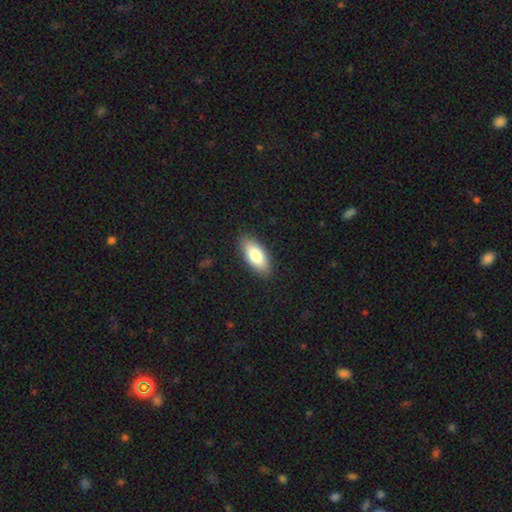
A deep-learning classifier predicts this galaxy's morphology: Smooth or featured? Predicted: smooth (p=0.81). How rounded? Predicted: in between (p=0.85). Merging? Predicted: none (p=0.88).